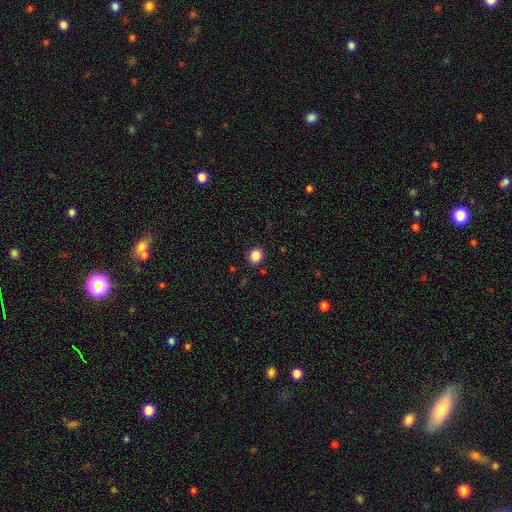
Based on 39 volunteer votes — smooth_or_featured: smooth (p=0.92) [alt: star or artifact p=0.05]
how_rounded: round (p=0.81) [alt: in between p=0.19]
merging: none (p=0.95) [alt: minor disturbance p=0.03]